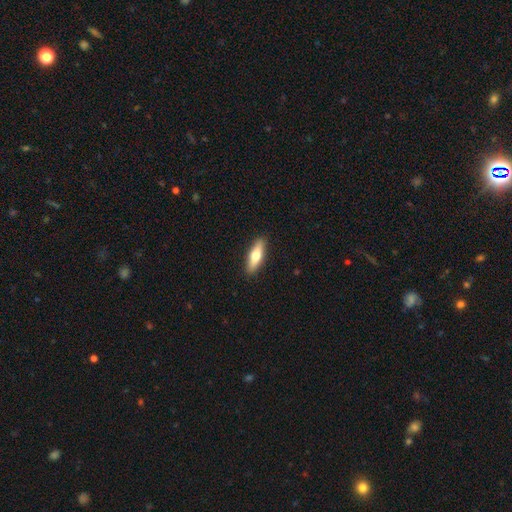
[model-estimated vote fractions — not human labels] Smooth or featured? smooth (61%)
How rounded? cigar-shaped (53%)
Merging? none (90%)